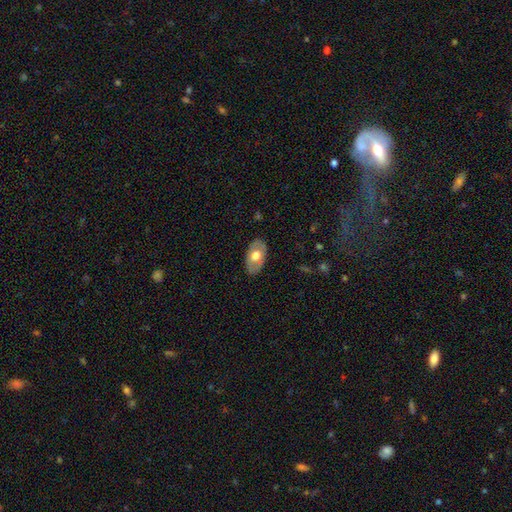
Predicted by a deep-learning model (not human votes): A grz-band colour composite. It shows a smooth galaxy with no disk features (53%) that is in between round and cigar-shaped (91%). Merging: none (82%).